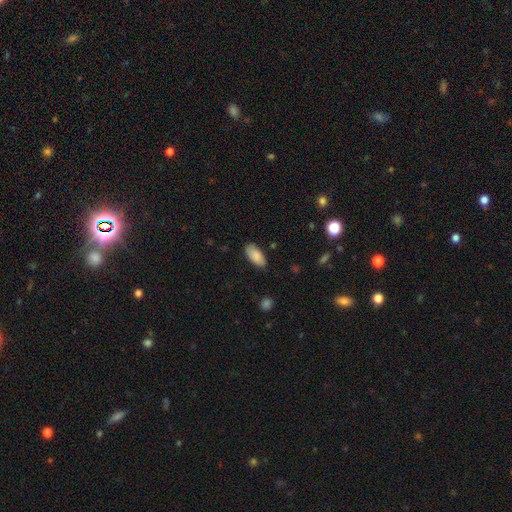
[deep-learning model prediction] Smooth or featured?
  - smooth: 86% *
  - featured or disk: 7%
  - star or artifact: 6%
How rounded?
  - in between: 92% *
  - cigar-shaped: 6%
  - round: 2%
Merging?
  - none: 81% *
  - minor disturbance: 15%
  - major disturbance: 3%
  - merger: 1%